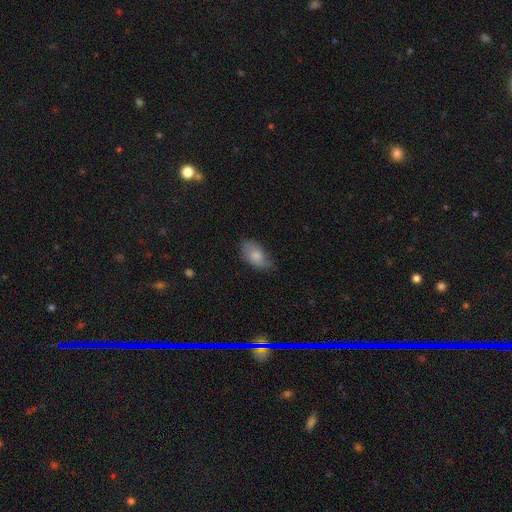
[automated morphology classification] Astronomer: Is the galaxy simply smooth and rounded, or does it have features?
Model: smooth — 76%.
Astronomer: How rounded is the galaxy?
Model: in between — 93%.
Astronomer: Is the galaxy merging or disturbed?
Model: none — 60%.